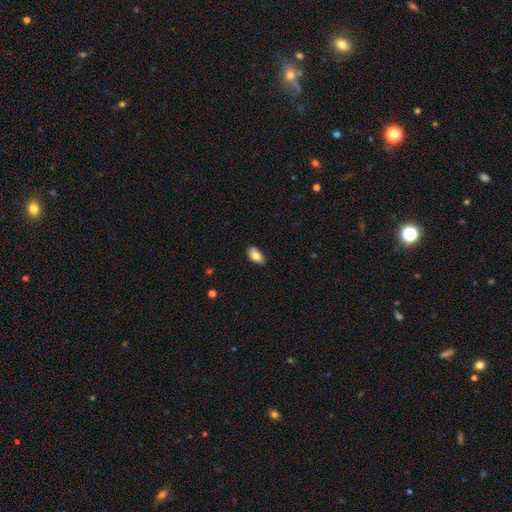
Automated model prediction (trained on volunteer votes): The model was most divided on "merging": none: 75%, minor disturbance: 18%, merger: 3%, major disturbance: 3%. More confident: how rounded — in between (91%); smooth or featured — smooth (77%).